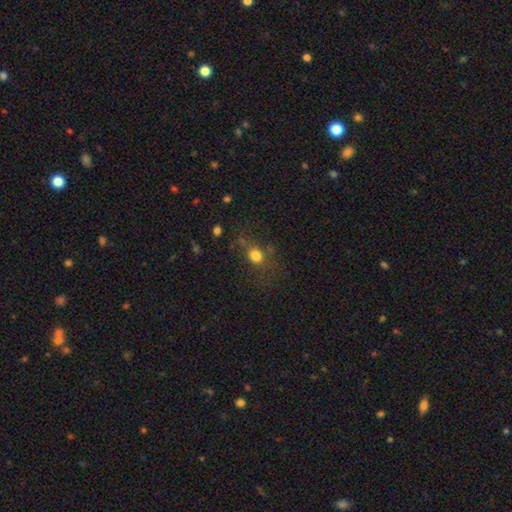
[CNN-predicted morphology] smooth_or_featured: smooth (p=0.76) [alt: star or artifact p=0.15]
how_rounded: round (p=0.63) [alt: in between p=0.34]
merging: none (p=0.66) [alt: minor disturbance p=0.19]